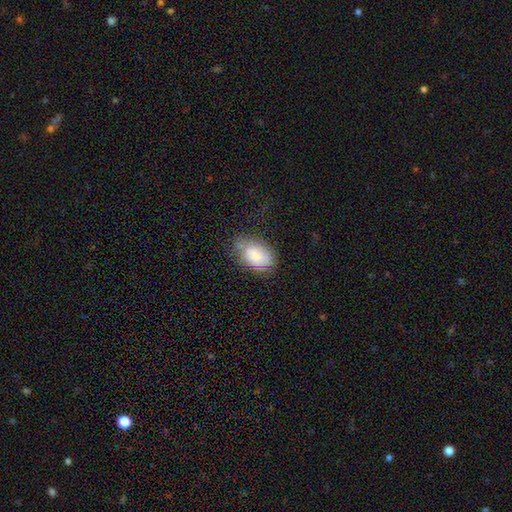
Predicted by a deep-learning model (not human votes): Smooth or featured? Predicted: smooth (p=0.75). How rounded? Predicted: in between (p=0.87). Merging? Predicted: none (p=0.63).